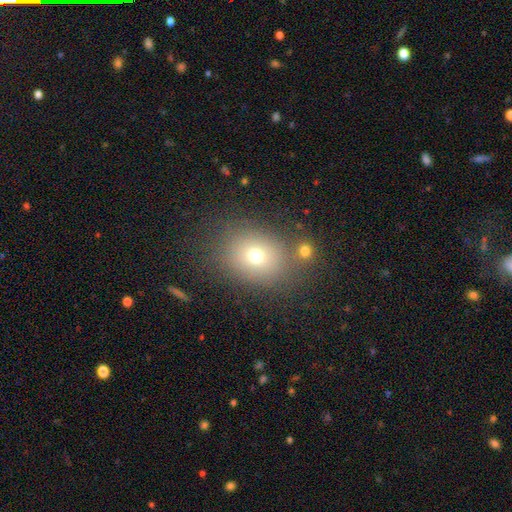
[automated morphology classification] This appears to be a smooth galaxy with no disk features (70%) that is round (53%). Merging: none (72%).